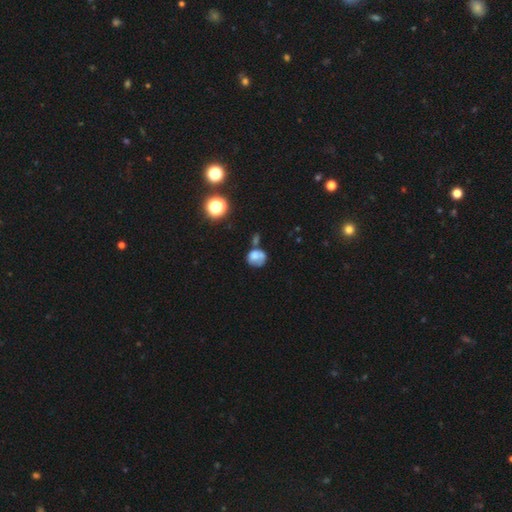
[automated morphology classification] smooth_or_featured: smooth (p=0.65) [alt: featured or disk p=0.23]
how_rounded: round (p=0.69) [alt: in between p=0.30]
merging: none (p=0.34) [alt: merger p=0.26]